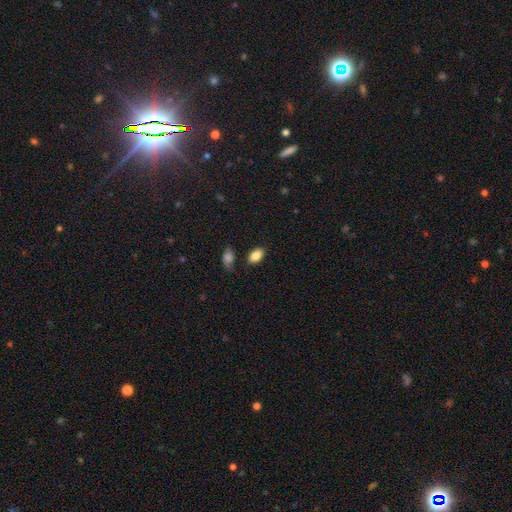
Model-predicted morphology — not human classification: type=smooth (84%); roundness=in between (90%); merging=none (81%).